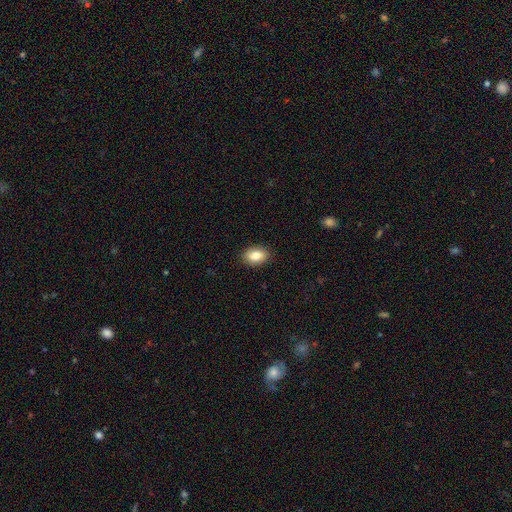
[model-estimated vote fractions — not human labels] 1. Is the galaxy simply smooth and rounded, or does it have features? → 84% smooth, 8% featured or disk, 8% star or artifact.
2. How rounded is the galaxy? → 85% in between, 14% round, 1% cigar-shaped.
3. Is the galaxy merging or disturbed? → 89% none, 8% minor disturbance, 2% major disturbance, 1% merger.